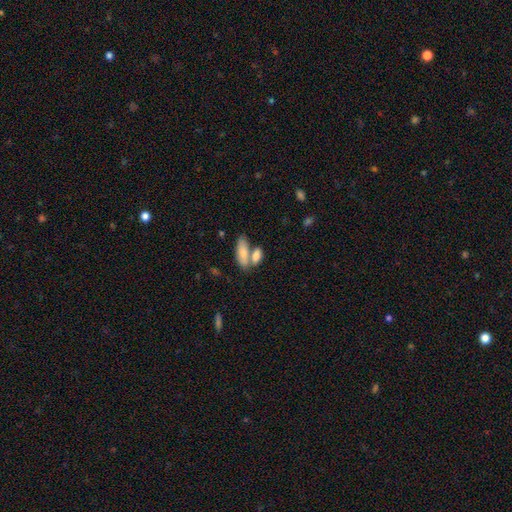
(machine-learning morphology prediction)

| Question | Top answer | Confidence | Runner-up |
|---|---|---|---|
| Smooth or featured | smooth | 78% | featured or disk (16%) |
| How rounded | in between | 78% | cigar-shaped (17%) |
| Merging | merger | 47% | none (39%) |